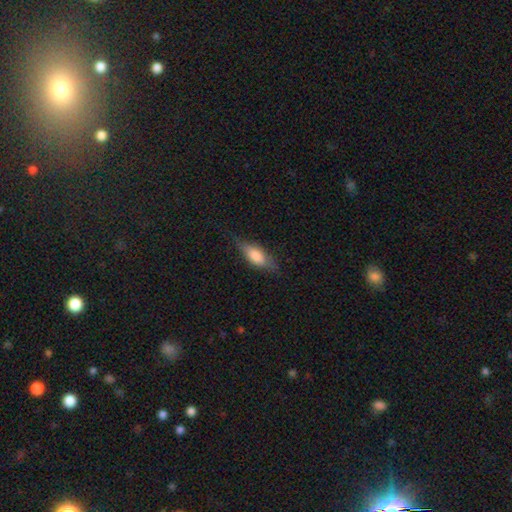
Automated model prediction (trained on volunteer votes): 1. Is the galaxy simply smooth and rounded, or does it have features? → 64% smooth, 29% featured or disk, 7% star or artifact.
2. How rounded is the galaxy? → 71% in between, 26% cigar-shaped, 3% round.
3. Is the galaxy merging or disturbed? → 73% none, 21% minor disturbance, 5% major disturbance, 1% merger.